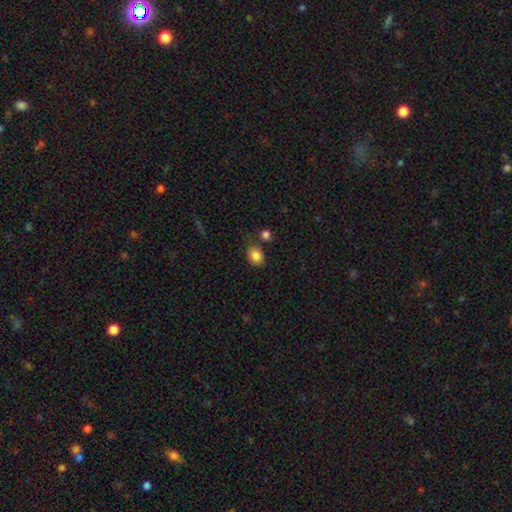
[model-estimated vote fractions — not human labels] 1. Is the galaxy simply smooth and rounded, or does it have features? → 85% smooth, 10% star or artifact, 5% featured or disk.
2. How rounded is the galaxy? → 55% in between, 44% round, 1% cigar-shaped.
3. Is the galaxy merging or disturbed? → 72% none, 15% minor disturbance, 9% merger, 4% major disturbance.